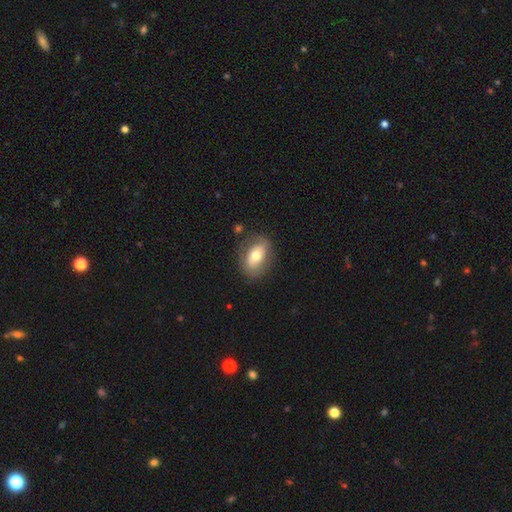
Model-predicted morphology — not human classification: smooth-or-featured: smooth: 59% | featured or disk: 34% | star or artifact: 7%
  how-rounded: in between: 82% | round: 16% | cigar-shaped: 2%
  merging: none: 77% | minor disturbance: 15% | major disturbance: 6% | merger: 2%